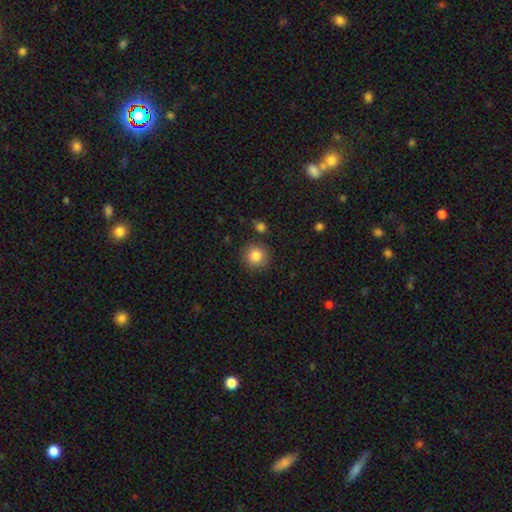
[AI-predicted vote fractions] A smooth galaxy with no disk features (84%) that is round (94%).

Vote fractions:
- Smooth or featured? smooth: 84% / star or artifact: 9% / featured or disk: 6%
- How rounded? round: 94% / in between: 5% / cigar-shaped: 1%
- Merging? none: 86% / minor disturbance: 8% / merger: 3% / major disturbance: 2%